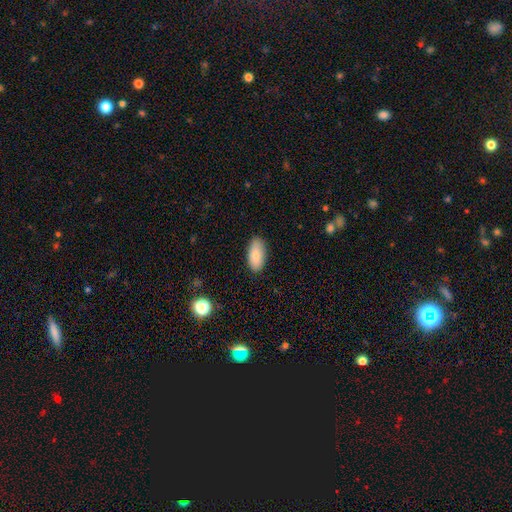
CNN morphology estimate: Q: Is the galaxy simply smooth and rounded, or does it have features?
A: smooth — 85%.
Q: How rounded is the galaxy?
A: in between — 90%.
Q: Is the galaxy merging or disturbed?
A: none — 86%.